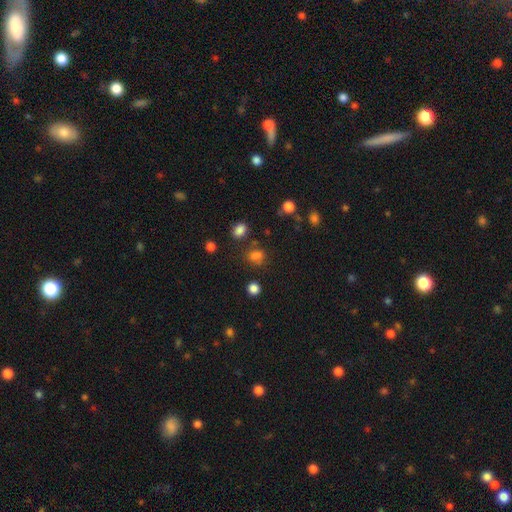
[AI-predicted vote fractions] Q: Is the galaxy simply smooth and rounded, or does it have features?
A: smooth — 75%.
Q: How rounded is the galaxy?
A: in between — 51%.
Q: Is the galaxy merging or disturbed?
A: none — 66%.